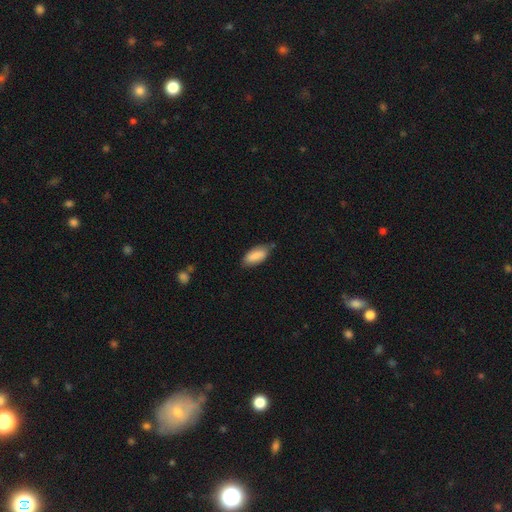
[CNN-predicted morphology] A smooth galaxy with no disk features (84%) that is in between round and cigar-shaped (87%).

Vote fractions:
- Smooth or featured? smooth: 84% / featured or disk: 10% / star or artifact: 6%
- How rounded? in between: 87% / cigar-shaped: 12% / round: 2%
- Merging? none: 72% / minor disturbance: 22% / major disturbance: 4% / merger: 2%